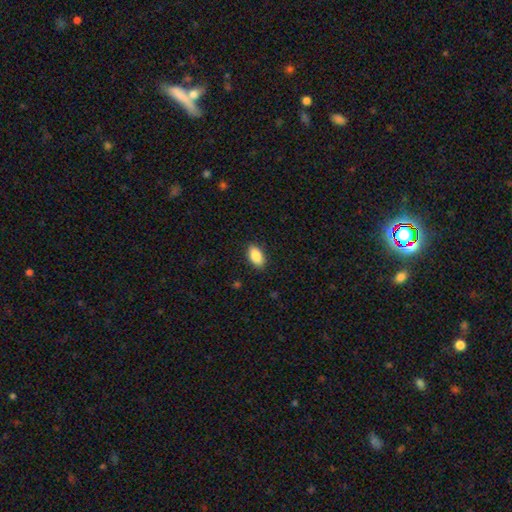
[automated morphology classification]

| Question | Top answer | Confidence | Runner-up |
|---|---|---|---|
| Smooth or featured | smooth | 88% | star or artifact (7%) |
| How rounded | in between | 93% | round (4%) |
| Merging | none | 88% | minor disturbance (9%) |